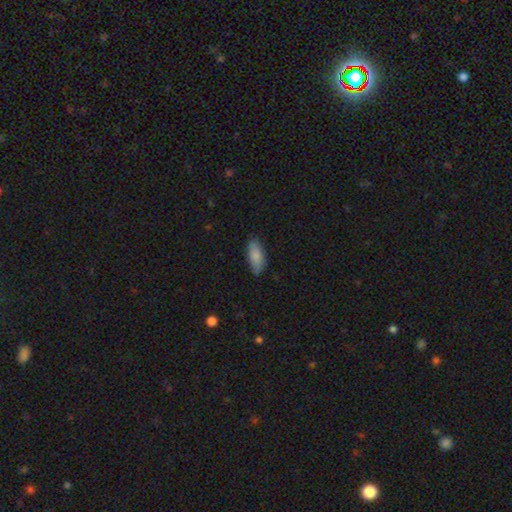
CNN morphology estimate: Smooth or featured: smooth — 85% (featured or disk — 9%)
How rounded: in between — 84% (cigar-shaped — 15%)
Merging: none — 77% (minor disturbance — 19%)